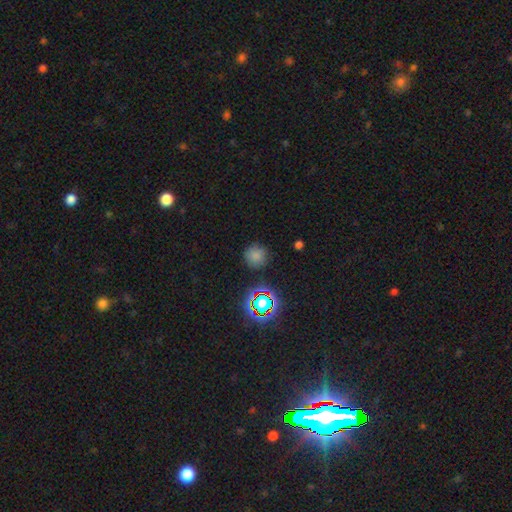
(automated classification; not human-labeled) Smooth or featured?
  - smooth: 71% *
  - star or artifact: 22%
  - featured or disk: 7%
How rounded?
  - round: 93% *
  - in between: 6%
  - cigar-shaped: 1%
Merging?
  - none: 83% *
  - minor disturbance: 11%
  - major disturbance: 3%
  - merger: 2%